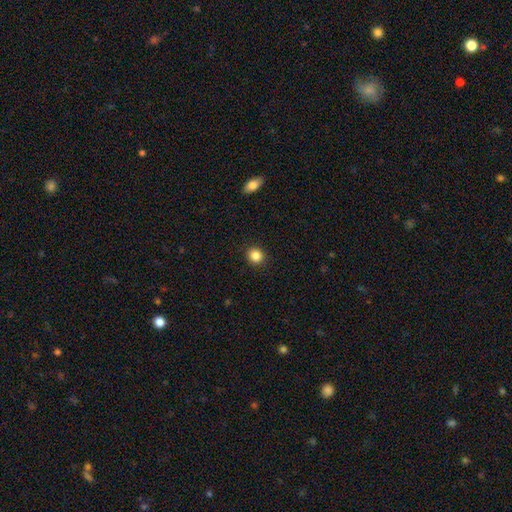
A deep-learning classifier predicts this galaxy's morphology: Smooth or featured? Predicted: smooth (p=0.86). How rounded? Predicted: round (p=0.88). Merging? Predicted: none (p=0.92).